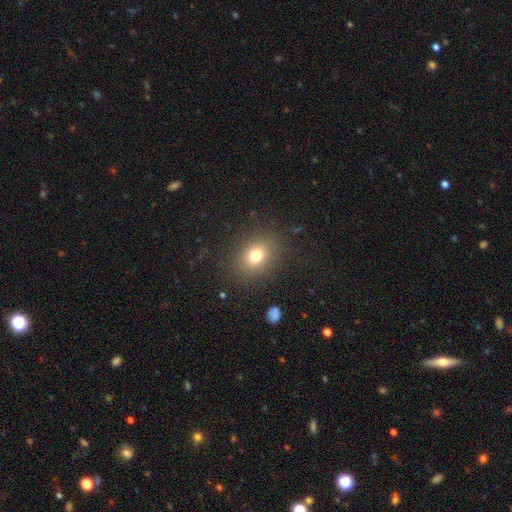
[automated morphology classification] A smooth galaxy with no disk features (74%) that is round (51%).

Vote fractions:
- Smooth or featured? smooth: 74% / star or artifact: 14% / featured or disk: 11%
- How rounded? round: 51% / in between: 48% / cigar-shaped: 1%
- Merging? none: 85% / minor disturbance: 9% / major disturbance: 4% / merger: 1%